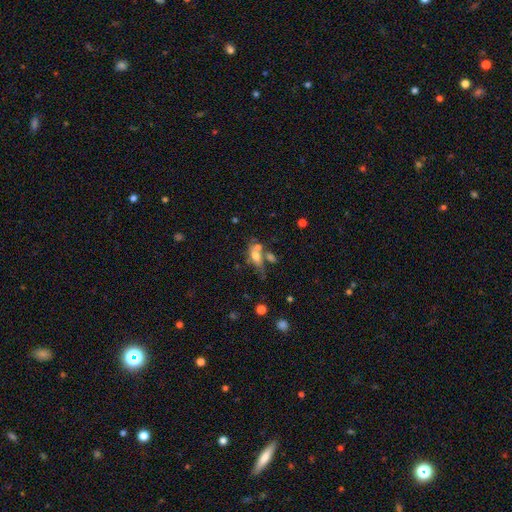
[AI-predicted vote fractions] smooth_or_featured: smooth (p=0.53) [alt: featured or disk p=0.36]
how_rounded: in between (p=0.63) [alt: cigar-shaped p=0.28]
merging: none (p=0.40) [alt: merger p=0.32]